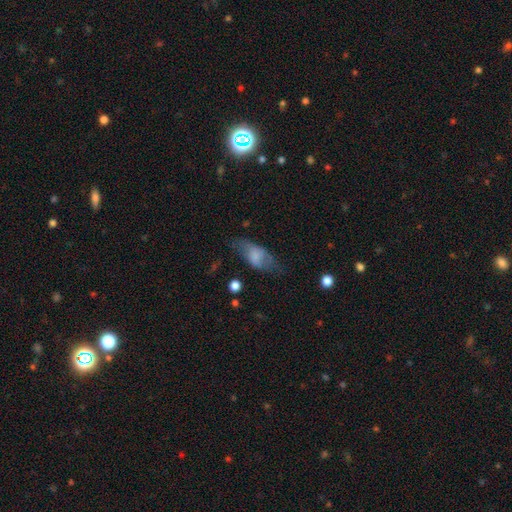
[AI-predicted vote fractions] The model was most divided on "merging": none: 49%, minor disturbance: 28%, major disturbance: 20%, merger: 3%. More confident: how rounded — in between (84%); smooth or featured — smooth (62%).